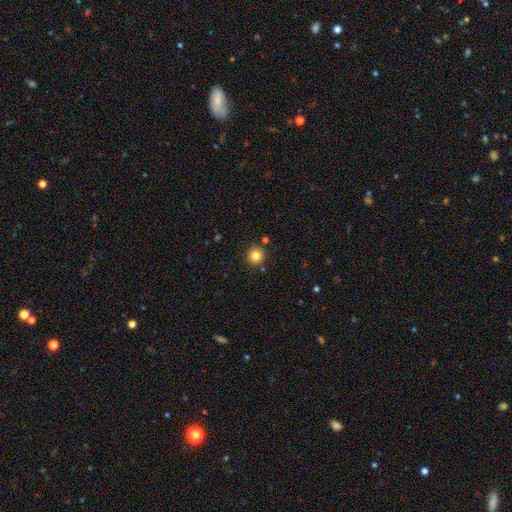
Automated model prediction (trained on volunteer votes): Smooth or featured? smooth (82%)
How rounded? round (92%)
Merging? none (85%)